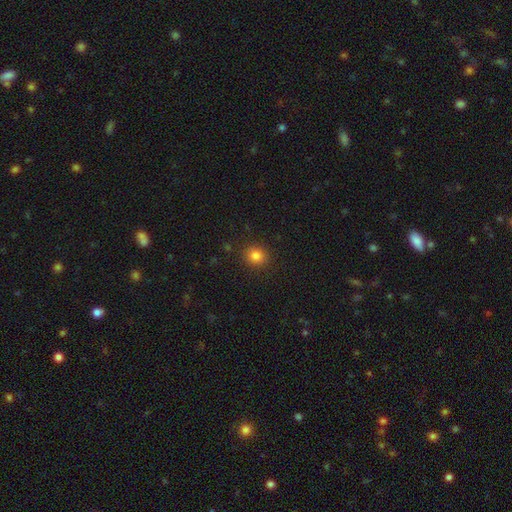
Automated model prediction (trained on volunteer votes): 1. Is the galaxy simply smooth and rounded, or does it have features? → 83% smooth, 12% star or artifact, 5% featured or disk.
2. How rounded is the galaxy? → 82% round, 17% in between, 1% cigar-shaped.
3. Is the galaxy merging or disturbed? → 90% none, 7% minor disturbance, 2% major disturbance, 1% merger.